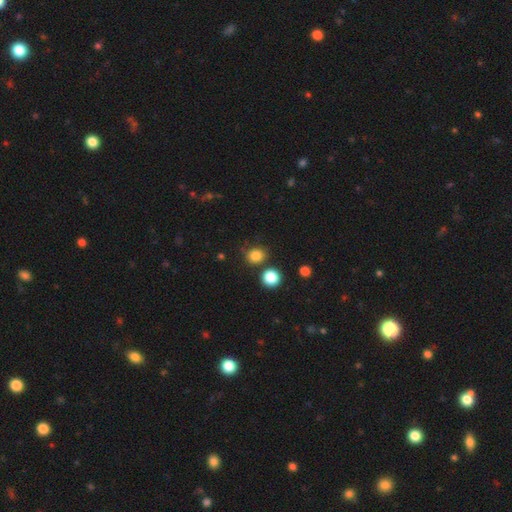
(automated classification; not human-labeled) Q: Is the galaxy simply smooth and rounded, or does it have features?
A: smooth — 82%.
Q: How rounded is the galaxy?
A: round — 79%.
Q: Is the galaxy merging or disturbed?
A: none — 79%.